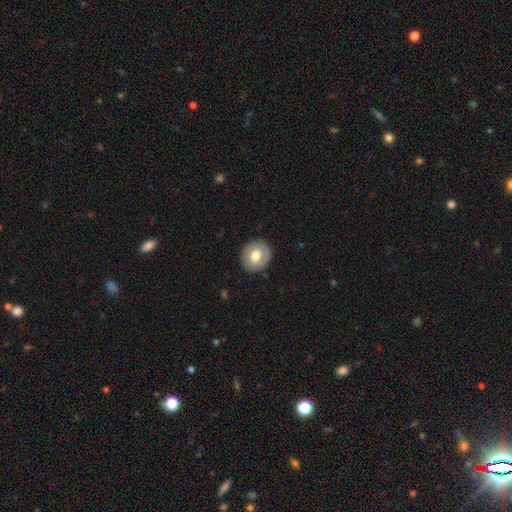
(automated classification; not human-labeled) Morphology: type=smooth (68%); roundness=round (79%); merging=none (89%).